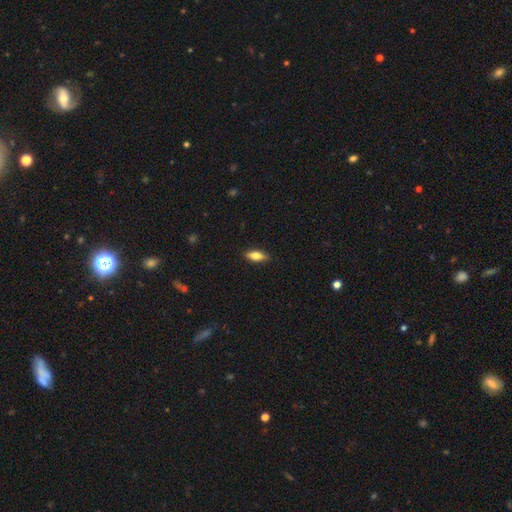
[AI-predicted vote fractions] The model was most divided on "smooth or featured": smooth: 71%, featured or disk: 22%, star or artifact: 7%. More confident: merging — none (89%); how rounded — in between (74%).